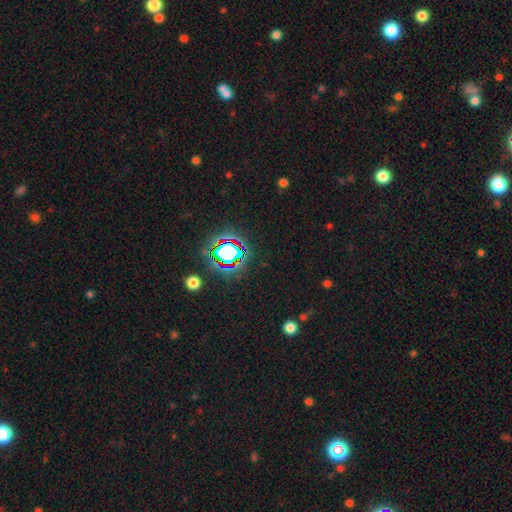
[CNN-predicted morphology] This is clearly a star or artifact rather than a galaxy (80%).